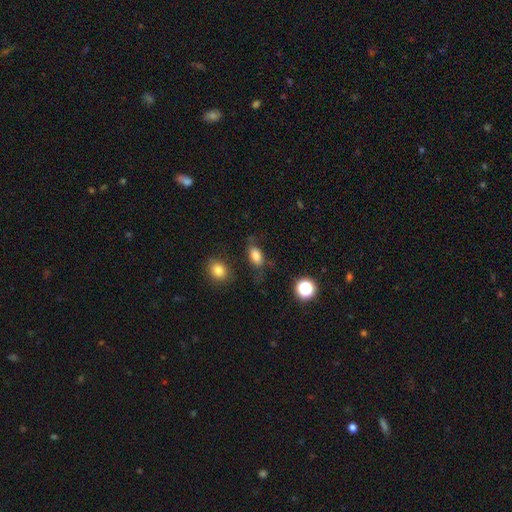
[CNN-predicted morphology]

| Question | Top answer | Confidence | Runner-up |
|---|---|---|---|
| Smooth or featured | smooth | 79% | featured or disk (11%) |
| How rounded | in between | 85% | round (11%) |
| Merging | none | 69% | minor disturbance (19%) |